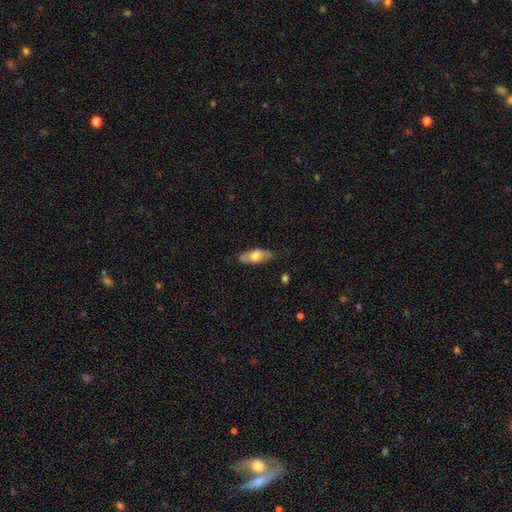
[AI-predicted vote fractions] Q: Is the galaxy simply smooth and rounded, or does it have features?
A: smooth — 61%.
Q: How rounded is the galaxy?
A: in between — 69%.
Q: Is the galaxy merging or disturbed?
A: none — 80%.